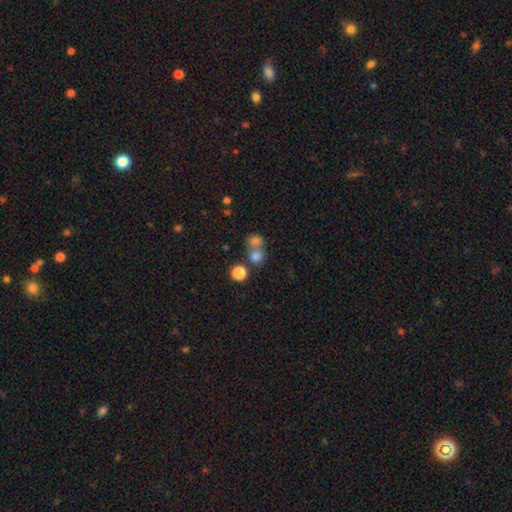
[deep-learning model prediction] The model was most divided on "merging" (2-way tie): merger: 45%, none: 45%, minor disturbance: 6%, major disturbance: 3%. More confident: how rounded — round (83%); smooth or featured — smooth (76%).